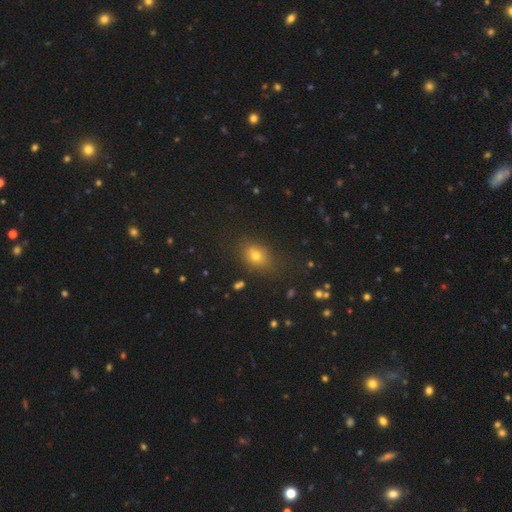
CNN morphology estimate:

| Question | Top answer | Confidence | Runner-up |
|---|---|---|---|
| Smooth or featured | smooth | 71% | star or artifact (18%) |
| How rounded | in between | 58% | round (40%) |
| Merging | none | 77% | minor disturbance (15%) |